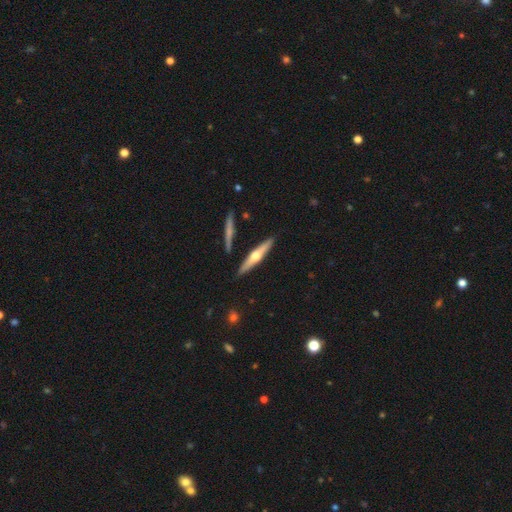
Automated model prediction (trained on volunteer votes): A featured or disk galaxy (62%) viewed edge-on (96%) with a rounded central bulge (93%).

Vote fractions:
- Smooth or featured? featured or disk: 62% / smooth: 32% / star or artifact: 5%
- Edge-on disk? yes: 96% / no: 4%
- Edge-on bulge? rounded: 93% / none: 4% / boxy: 3%
- Merging? none: 85% / minor disturbance: 8% / merger: 4% / major disturbance: 2%